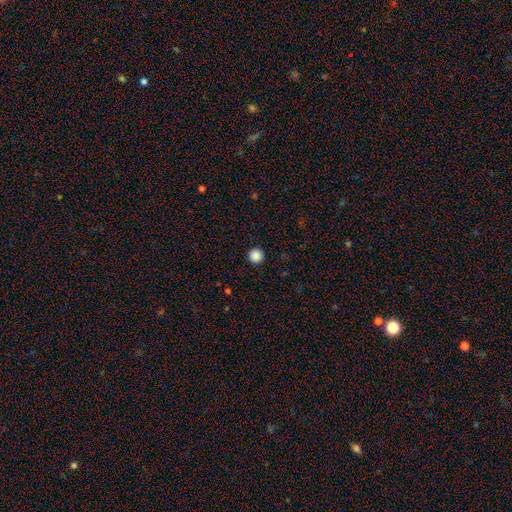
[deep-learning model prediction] This appears to be a smooth galaxy with no disk features (88%) that is round (97%). Merging: none (94%).